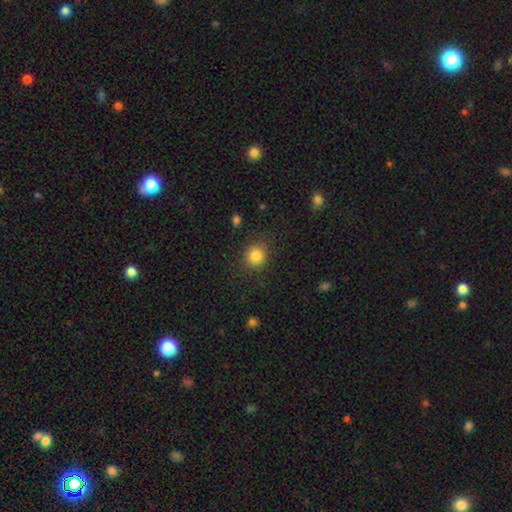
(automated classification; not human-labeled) smooth 85%, star or artifact 10%, featured or disk 5%. Down the decision tree: how rounded — round (83%); merging — none (85%).